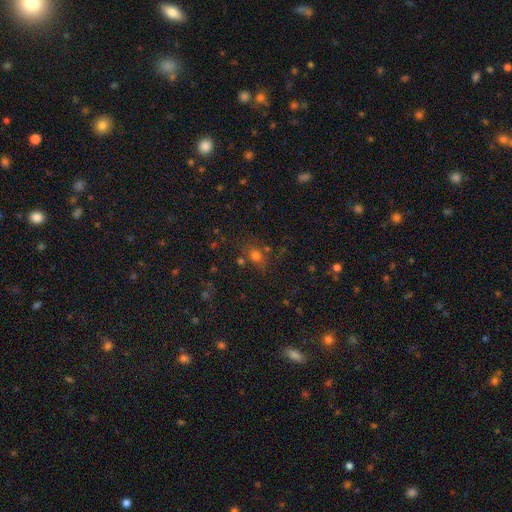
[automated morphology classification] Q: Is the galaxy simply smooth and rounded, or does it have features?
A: smooth — 68%.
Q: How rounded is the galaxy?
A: round — 56%.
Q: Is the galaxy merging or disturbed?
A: none — 66%.